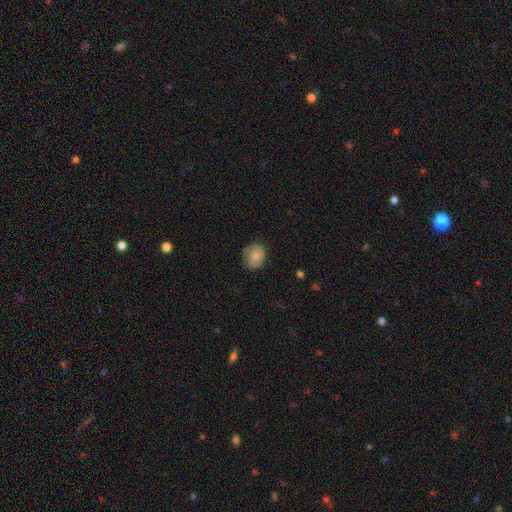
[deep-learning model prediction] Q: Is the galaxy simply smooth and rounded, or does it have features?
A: smooth — 74%.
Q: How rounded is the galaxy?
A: round — 55%.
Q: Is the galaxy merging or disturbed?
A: none — 65%.